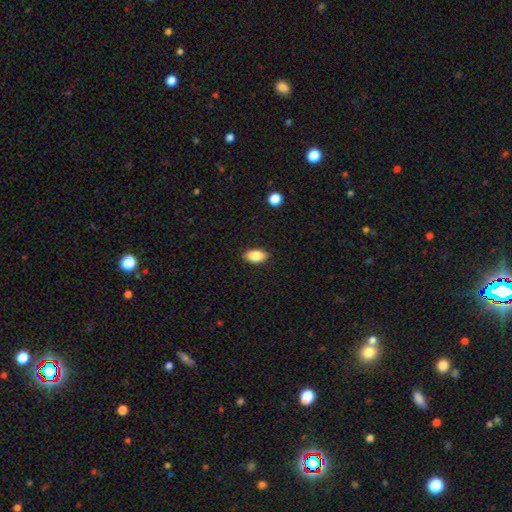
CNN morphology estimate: The model was most divided on "smooth or featured": smooth: 84%, featured or disk: 8%, star or artifact: 8%. More confident: how rounded — in between (91%); merging — none (88%).